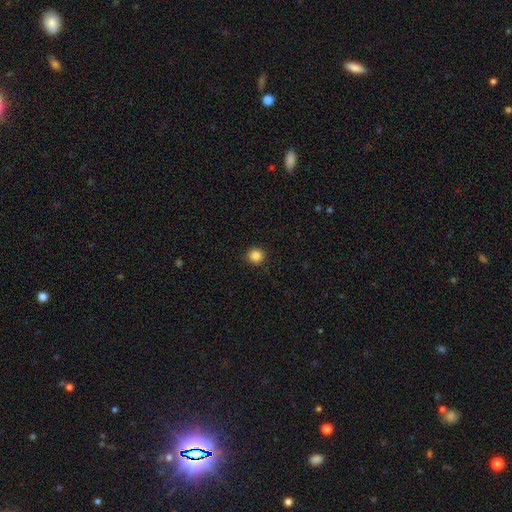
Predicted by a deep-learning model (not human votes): Smooth or featured? smooth (86%)
How rounded? round (91%)
Merging? none (92%)